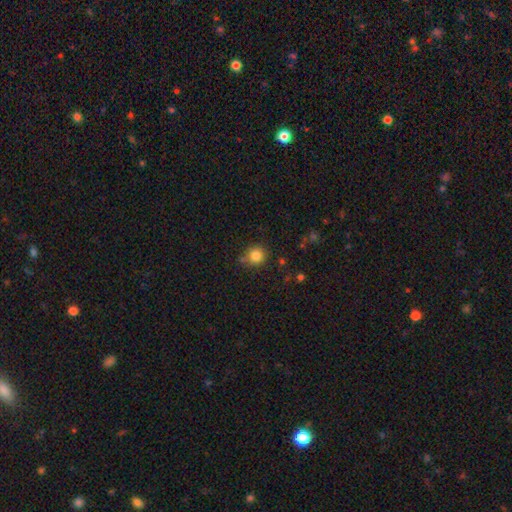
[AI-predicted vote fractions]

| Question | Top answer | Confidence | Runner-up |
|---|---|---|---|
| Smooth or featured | smooth | 83% | star or artifact (11%) |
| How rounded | round | 89% | in between (10%) |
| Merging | none | 75% | minor disturbance (15%) |